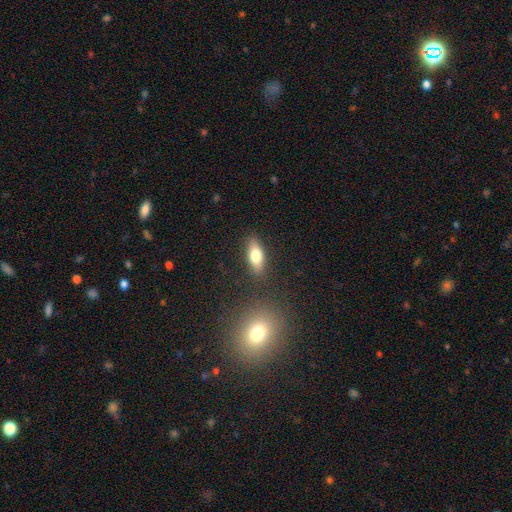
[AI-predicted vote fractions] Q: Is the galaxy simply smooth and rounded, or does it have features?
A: smooth — 75%.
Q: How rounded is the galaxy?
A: in between — 74%.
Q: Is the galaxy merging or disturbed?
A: none — 84%.